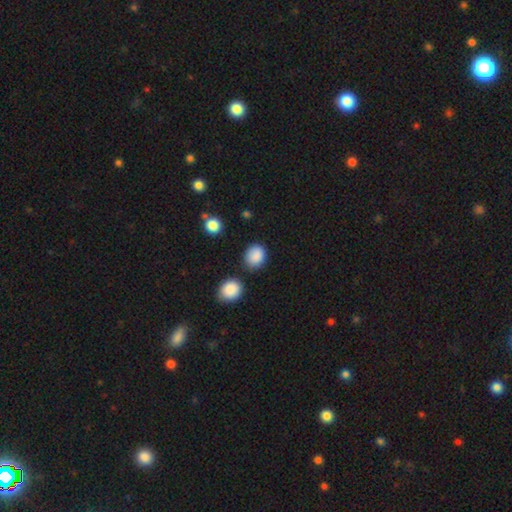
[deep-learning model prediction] This appears to be a smooth galaxy with no disk features (88%) that is round (58%). Merging: none (76%).